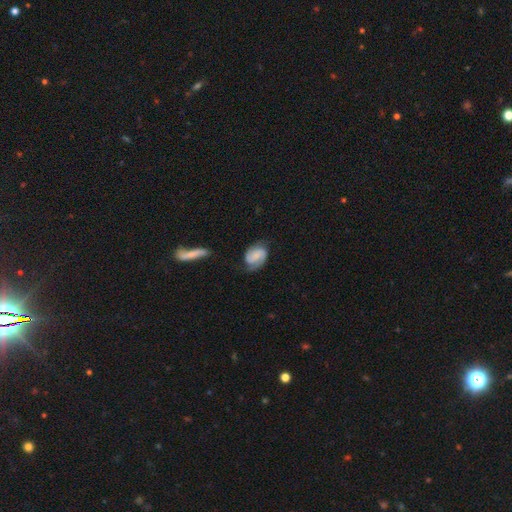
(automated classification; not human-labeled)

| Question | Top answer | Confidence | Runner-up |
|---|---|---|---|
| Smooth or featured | featured or disk | 74% | smooth (20%) |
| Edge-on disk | no | 97% | yes (3%) |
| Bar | weak | 41% | tied: no (41%) |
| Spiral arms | yes | 96% | no (4%) |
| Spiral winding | medium | 44% | tight (40%) |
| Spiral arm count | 2 | 85% | 1 (7%) |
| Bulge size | none | 50% | small (25%) |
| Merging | none | 69% | minor disturbance (20%) |